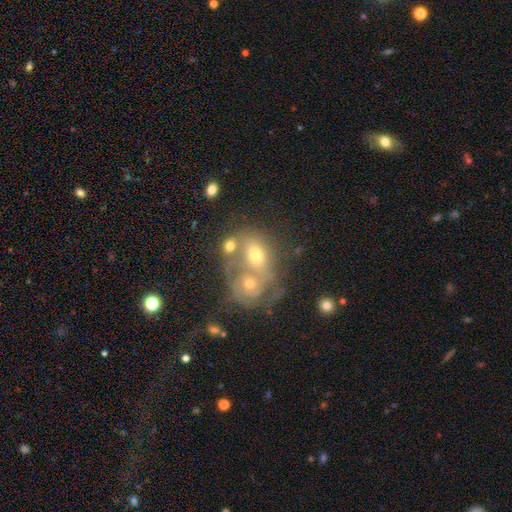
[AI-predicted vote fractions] This appears to be a smooth galaxy with no disk features (47%). Merging: merger (65%).